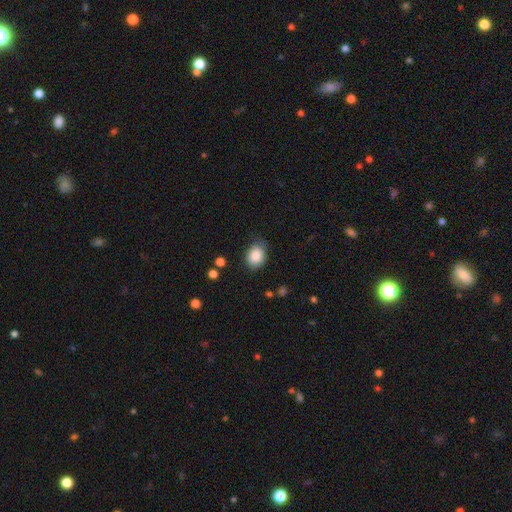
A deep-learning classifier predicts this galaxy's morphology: smooth_or_featured: smooth (p=0.87) [alt: star or artifact p=0.08]
how_rounded: in between (p=0.60) [alt: round p=0.40]
merging: none (p=0.75) [alt: minor disturbance p=0.19]